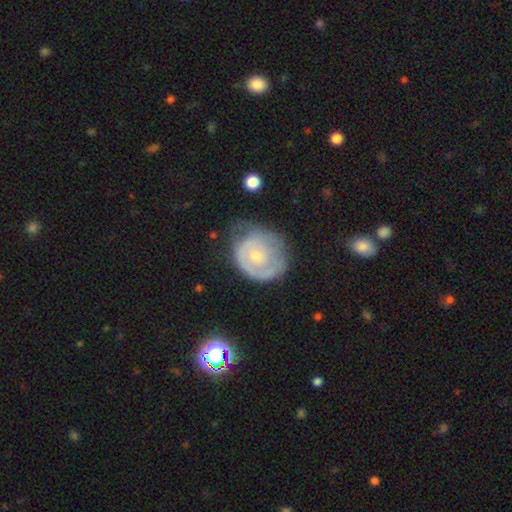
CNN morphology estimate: smooth-or-featured: featured or disk: 60% | smooth: 34% | star or artifact: 7%
  disk-edge-on: no: 97% | yes: 3%
    bar: no: 80% | weak: 18% | strong: 3%
    has-spiral-arms: yes: 66% | no: 34%
    bulge-size: small: 60% | moderate: 34% | none: 3% | large: 2% | dominant: 1%
  merging: none: 45% | minor disturbance: 32% | major disturbance: 20% | merger: 2%